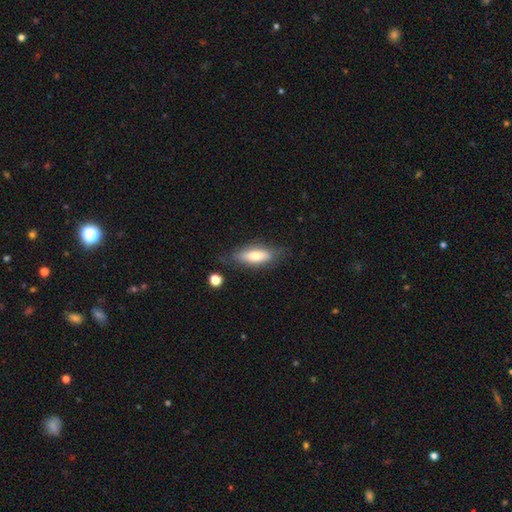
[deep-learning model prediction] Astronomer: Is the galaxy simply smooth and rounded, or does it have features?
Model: smooth — 65%.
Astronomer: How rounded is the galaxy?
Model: in between — 61%.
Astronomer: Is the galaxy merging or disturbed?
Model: none — 73%.